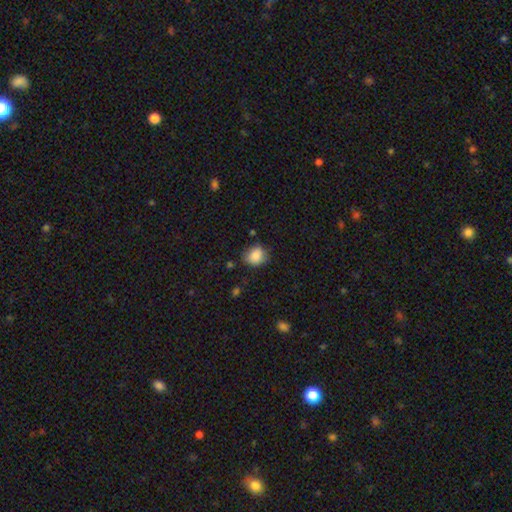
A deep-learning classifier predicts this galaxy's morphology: smooth_or_featured: smooth (p=0.85) [alt: star or artifact p=0.09]
how_rounded: round (p=0.56) [alt: in between p=0.43]
merging: none (p=0.66) [alt: minor disturbance p=0.25]